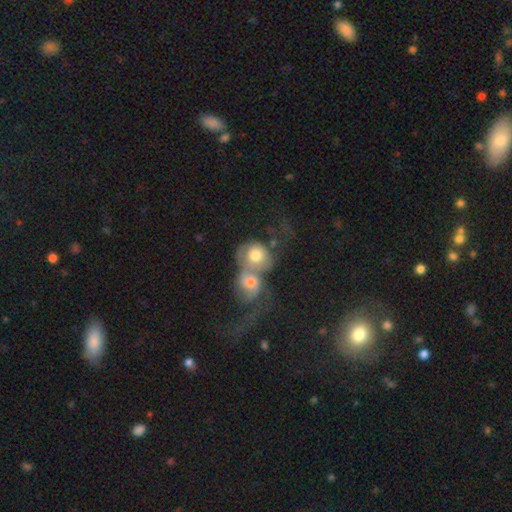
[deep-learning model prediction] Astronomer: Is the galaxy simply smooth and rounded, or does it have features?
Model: featured or disk — 50% (runner-up: smooth, 41%).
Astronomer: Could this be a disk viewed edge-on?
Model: no — 96%.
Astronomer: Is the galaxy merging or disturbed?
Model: merger — 81%.